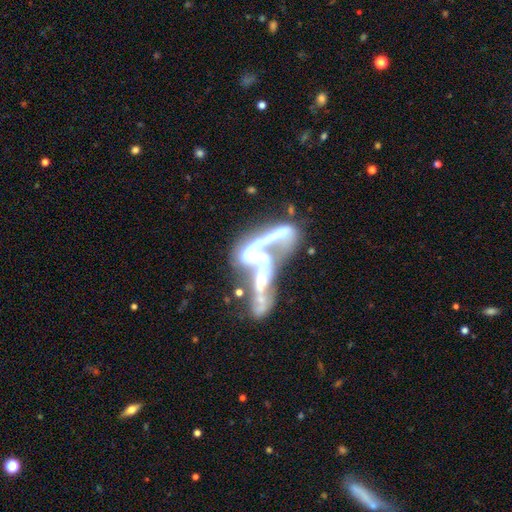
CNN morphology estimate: A featured or disk galaxy (65%) with no bar (68%), no spiral arms (67%) and no central bulge (45%).

Vote fractions:
- Smooth or featured? featured or disk: 65% / smooth: 20% / star or artifact: 14%
- Edge-on disk? no: 86% / yes: 14%
- Bar? no: 68% / strong: 18% / weak: 14%
- Spiral arms? no: 67% / yes: 33%
- Bulge size? none: 45% / moderate: 24% / small: 15% / large: 12% / dominant: 5%
- Merging? merger: 72% / major disturbance: 16% / none: 8% / minor disturbance: 4%